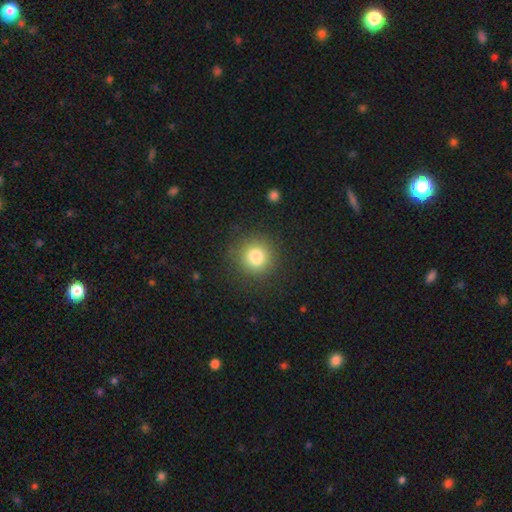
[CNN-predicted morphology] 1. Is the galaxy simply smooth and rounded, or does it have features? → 79% smooth, 12% star or artifact, 9% featured or disk.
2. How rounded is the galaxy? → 89% round, 10% in between, 1% cigar-shaped.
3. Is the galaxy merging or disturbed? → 80% none, 11% minor disturbance, 5% merger, 4% major disturbance.